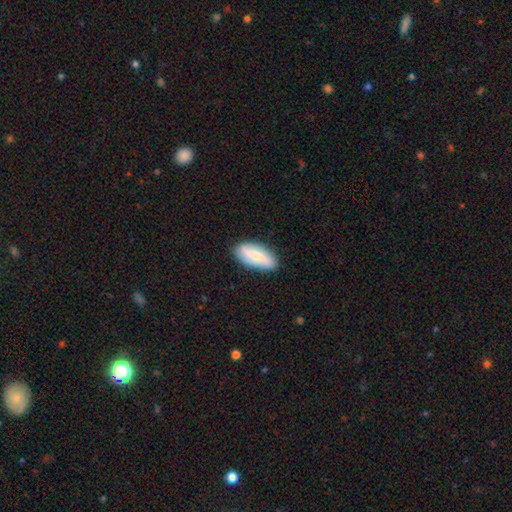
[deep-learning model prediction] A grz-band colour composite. It shows a smooth galaxy with no disk features (54%) that is in between round and cigar-shaped (82%). Merging: none (84%).